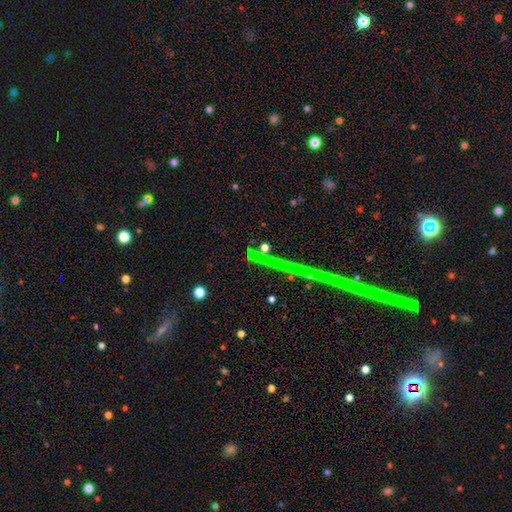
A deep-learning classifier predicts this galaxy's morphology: star or artifact 69%, featured or disk 16%, smooth 15%.